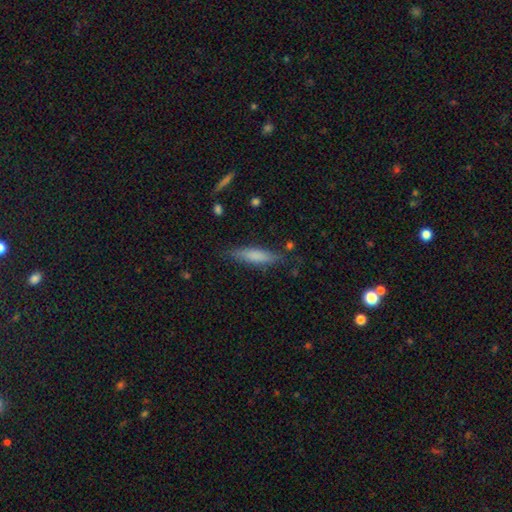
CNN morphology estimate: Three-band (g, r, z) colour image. It shows a smooth galaxy with no disk features (70%) that is cigar-shaped (78%). Merging: none (78%).